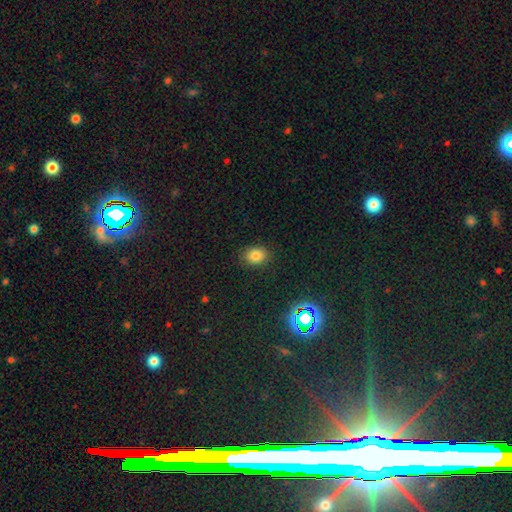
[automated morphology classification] smooth 79%, star or artifact 14%, featured or disk 6%. Down the decision tree: how rounded — in between (53%); merging — none (87%).